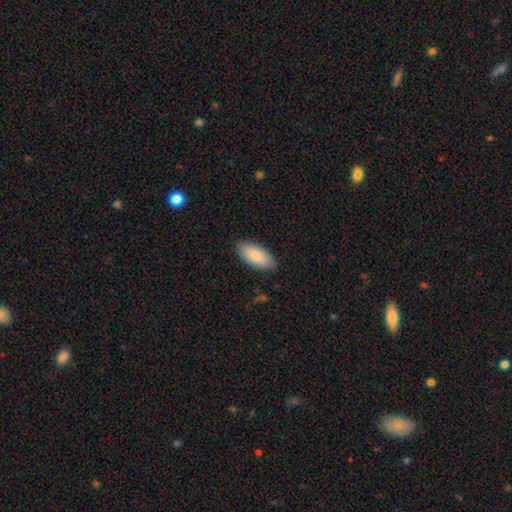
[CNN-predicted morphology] This is clearly a smooth galaxy (86%). How rounded: clearly in between (91%). Merging: clearly none (87%).